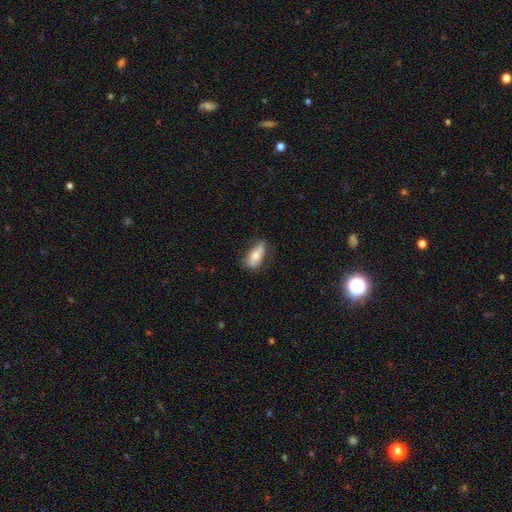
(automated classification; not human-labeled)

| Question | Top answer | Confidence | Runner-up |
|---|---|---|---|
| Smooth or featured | smooth | 67% | featured or disk (27%) |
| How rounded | in between | 80% | cigar-shaped (17%) |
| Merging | none | 62% | minor disturbance (29%) |